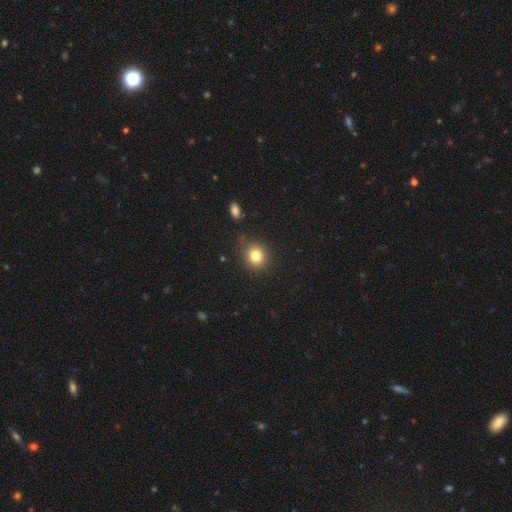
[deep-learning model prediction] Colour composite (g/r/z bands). It shows a smooth galaxy with no disk features (81%) that is round (77%). Merging: none (83%).